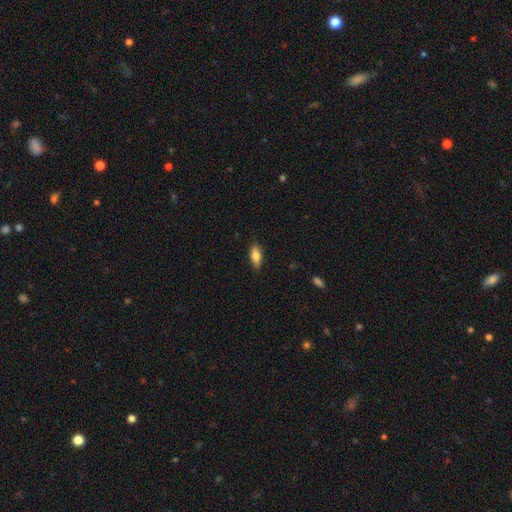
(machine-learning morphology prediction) A smooth galaxy with no disk features (78%) that is in between round and cigar-shaped (80%). Merging: none (87%).